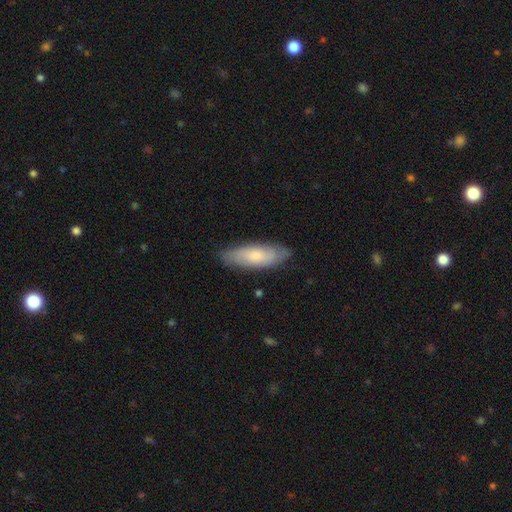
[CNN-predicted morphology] smooth 61%, featured or disk 33%, star or artifact 6%. Down the decision tree: how rounded — in between (63%); merging — none (81%).